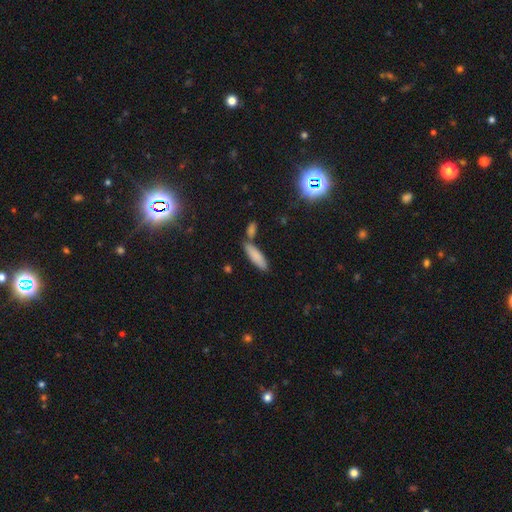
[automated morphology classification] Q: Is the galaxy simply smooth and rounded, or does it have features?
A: smooth — 83%.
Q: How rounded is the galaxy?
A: cigar-shaped — 57%.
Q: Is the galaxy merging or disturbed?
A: none — 68%.